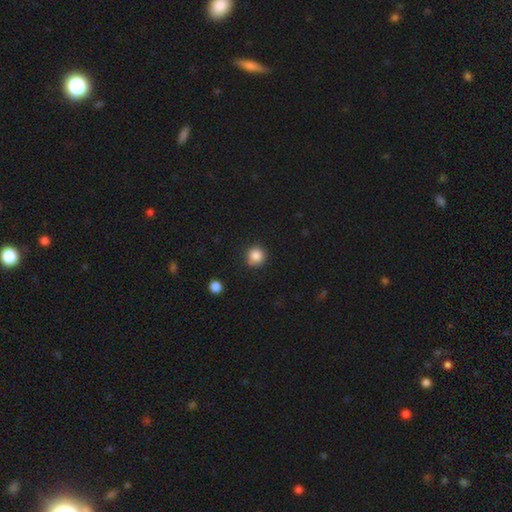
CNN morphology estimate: Smooth or featured? smooth (86%)
How rounded? round (93%)
Merging? none (86%)